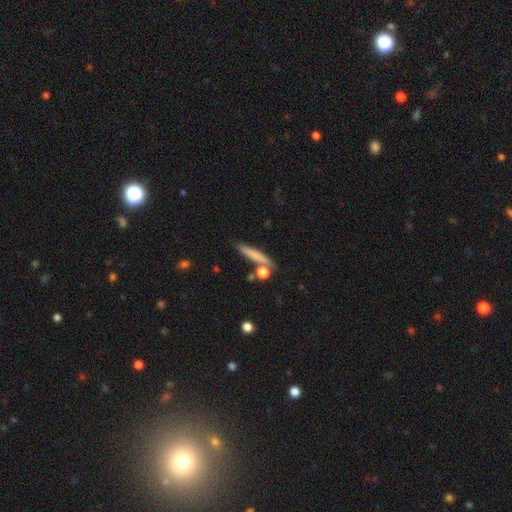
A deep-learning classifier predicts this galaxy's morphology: Smooth or featured? smooth (73%)
How rounded? cigar-shaped (86%)
Merging? none (75%)